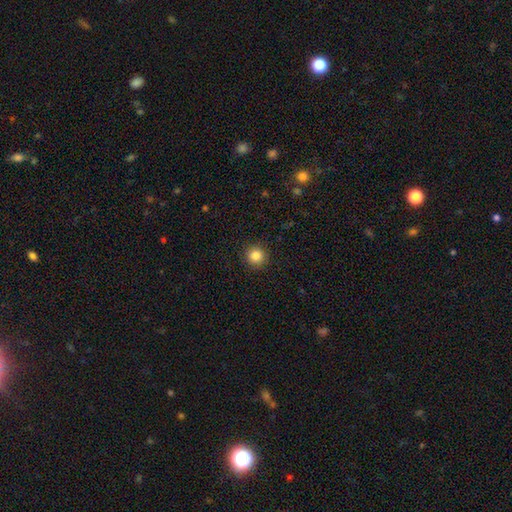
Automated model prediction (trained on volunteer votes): This appears to be a smooth galaxy with no disk features (85%) that is round (95%). Merging: none (92%).